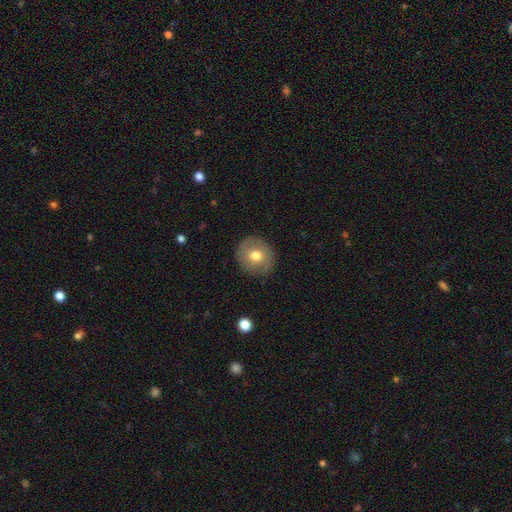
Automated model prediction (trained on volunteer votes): This is likely a smooth galaxy (67%). How rounded: clearly round (87%). Merging: clearly none (87%).